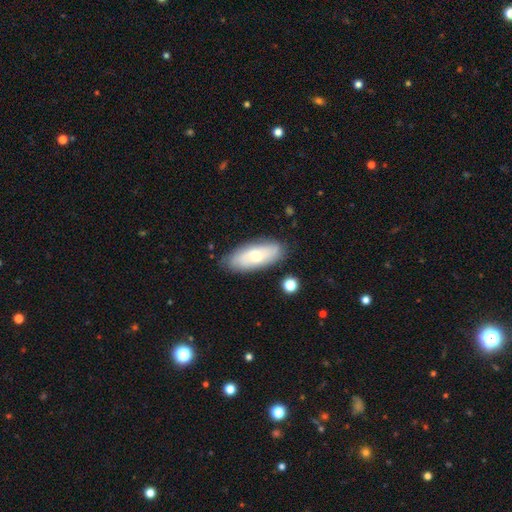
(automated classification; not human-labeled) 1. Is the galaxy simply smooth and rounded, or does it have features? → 55% smooth, 38% featured or disk, 7% star or artifact.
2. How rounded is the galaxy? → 80% in between, 18% cigar-shaped, 2% round.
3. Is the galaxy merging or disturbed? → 81% none, 14% minor disturbance, 3% major disturbance, 2% merger.